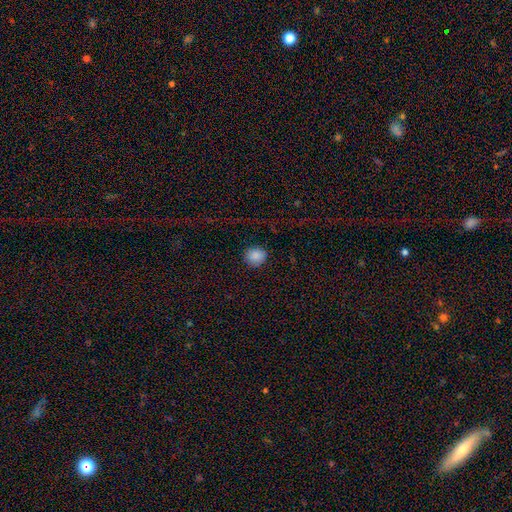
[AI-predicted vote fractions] Morphology: type=smooth (87%); roundness=round (82%); merging=none (85%).